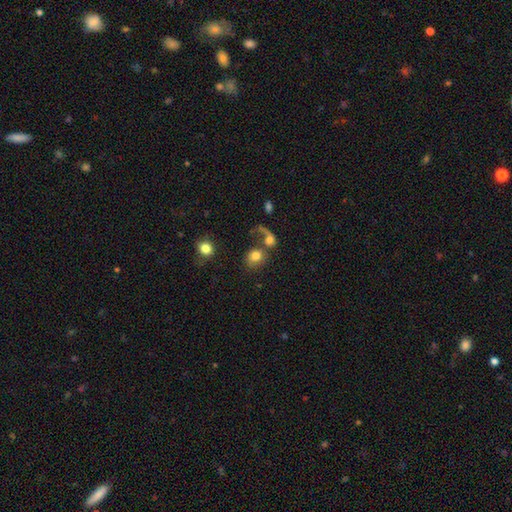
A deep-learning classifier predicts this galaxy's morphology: Smooth or featured?
  - smooth: 76% *
  - featured or disk: 13%
  - star or artifact: 11%
How rounded?
  - round: 74% *
  - in between: 25%
  - cigar-shaped: 1%
Merging?
  - none: 44% *
  - merger: 33%
  - major disturbance: 13%
  - minor disturbance: 10%